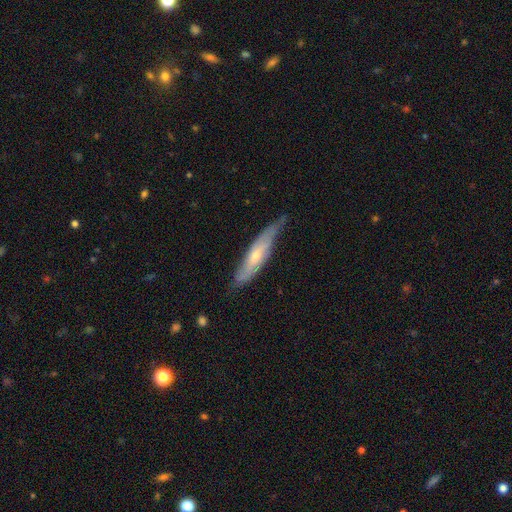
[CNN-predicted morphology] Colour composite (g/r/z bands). It shows a featured or disk galaxy (54%) viewed edge-on (60%). Merging: none (63%).